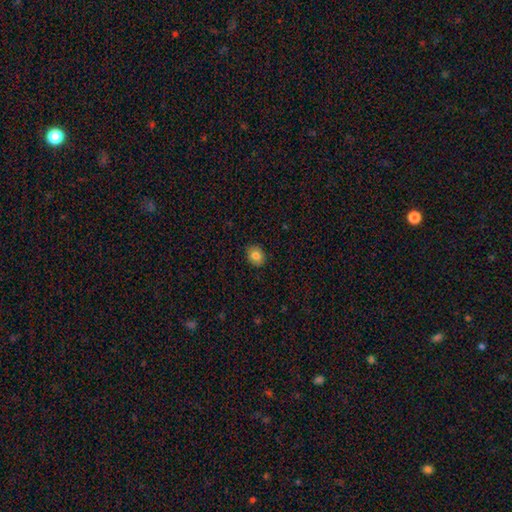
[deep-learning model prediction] A smooth galaxy with no disk features (83%) that is round (53%). Merging: none (89%).